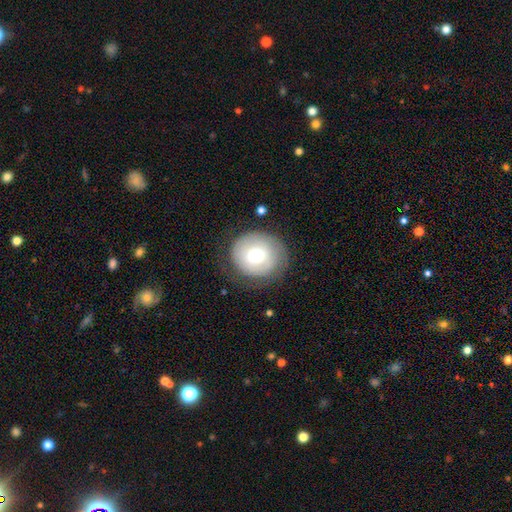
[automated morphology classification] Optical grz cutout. It shows a smooth galaxy with no disk features (62%) that is round (87%). Merging: none (72%).